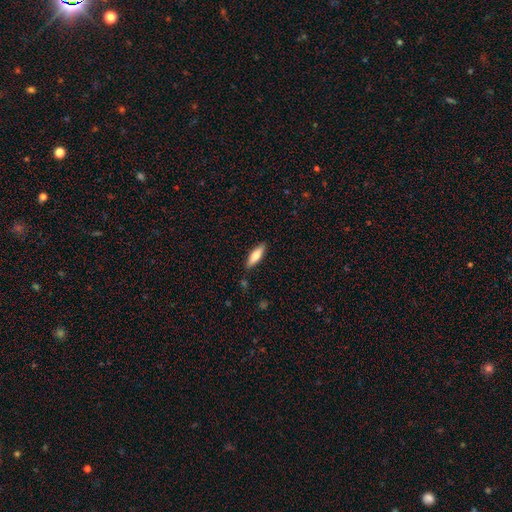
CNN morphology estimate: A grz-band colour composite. It shows a smooth galaxy with no disk features (72%) that is cigar-shaped (51%). Merging: none (86%).